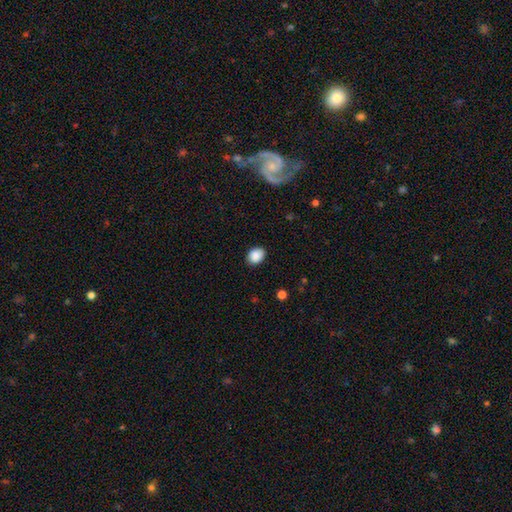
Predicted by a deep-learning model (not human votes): Smooth or featured? smooth (89%)
How rounded? in between (62%)
Merging? none (87%)